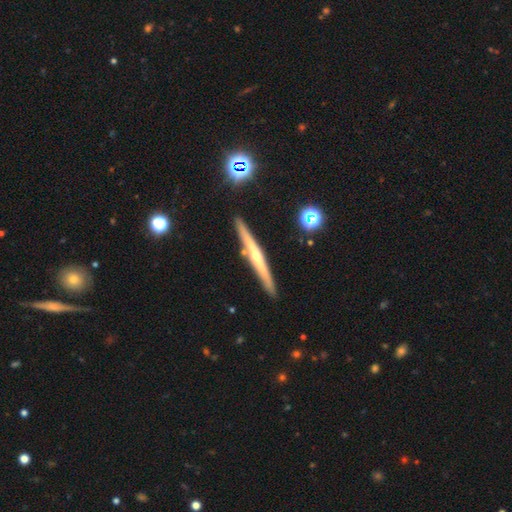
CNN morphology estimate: Overall: featured or disk (69%). Edge-on disk: yes (97%). Edge-on bulge: rounded (69%). Merging: none (88%).